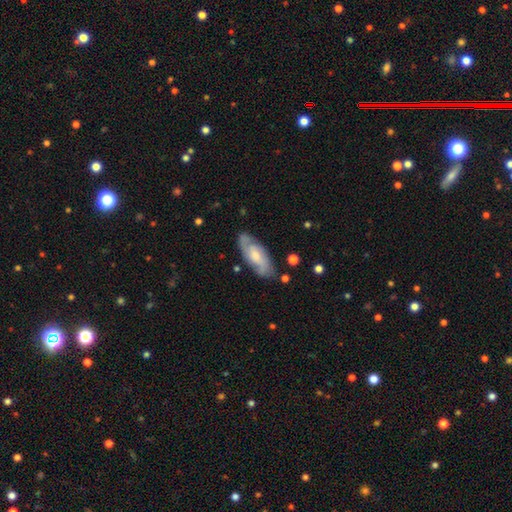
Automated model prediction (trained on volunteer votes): The model was most divided on "bulge size": moderate: 46%, small: 30%, large: 13%, none: 10%, dominant: 2%. More confident: edge-on disk — no (88%); spiral arms — yes (87%); merging — none (77%); smooth or featured — featured or disk (63%); bar — no (57%).